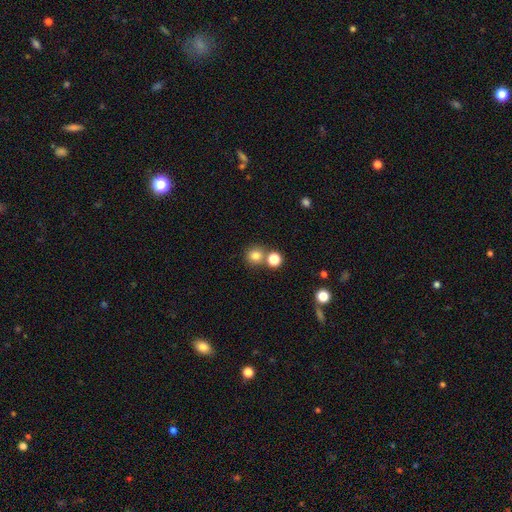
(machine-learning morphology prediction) A smooth galaxy with no disk features (79%) that is round (90%).

Vote fractions:
- Smooth or featured? smooth: 79% / star or artifact: 14% / featured or disk: 6%
- How rounded? round: 90% / in between: 9% / cigar-shaped: 1%
- Merging? none: 67% / merger: 23% / minor disturbance: 7% / major disturbance: 3%